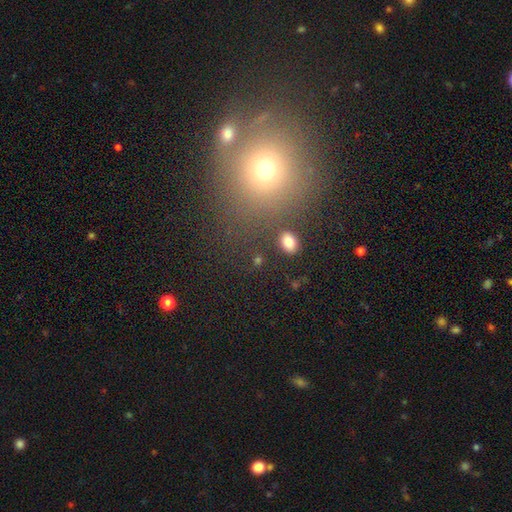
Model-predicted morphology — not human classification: This is possibly a smooth galaxy (55%). How rounded: clearly round (85%). Merging: likely none (74%).